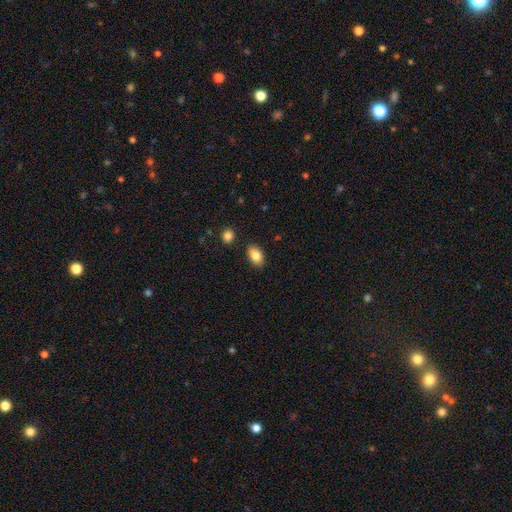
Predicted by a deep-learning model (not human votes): A smooth galaxy with no disk features (84%) that is in between round and cigar-shaped (87%).

Vote fractions:
- Smooth or featured? smooth: 84% / featured or disk: 9% / star or artifact: 8%
- How rounded? in between: 87% / round: 11% / cigar-shaped: 2%
- Merging? none: 86% / minor disturbance: 10% / merger: 2% / major disturbance: 2%